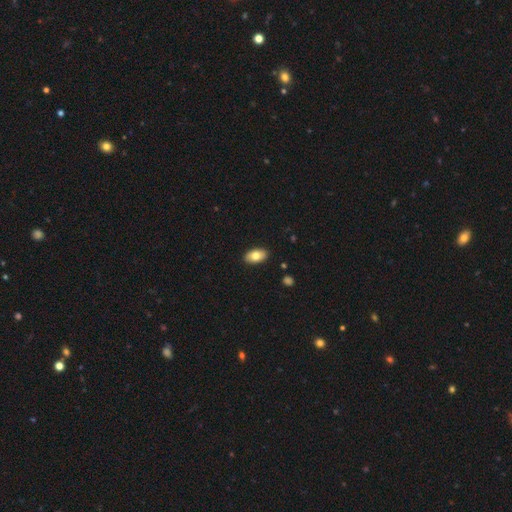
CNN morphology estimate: smooth 78%, featured or disk 15%, star or artifact 7%. Down the decision tree: how rounded — in between (93%); merging — none (89%).